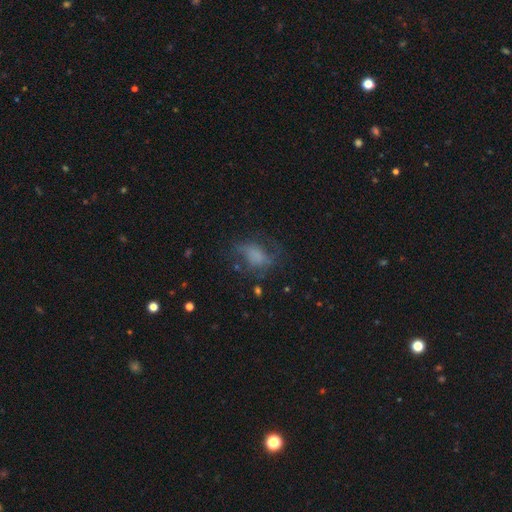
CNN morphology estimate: Q: Smooth or featured?
A: smooth (51%); runner-up: featured or disk (35%)
Q: How rounded?
A: in between (74%); runner-up: round (23%)
Q: Merging?
A: none (44%); runner-up: major disturbance (30%)